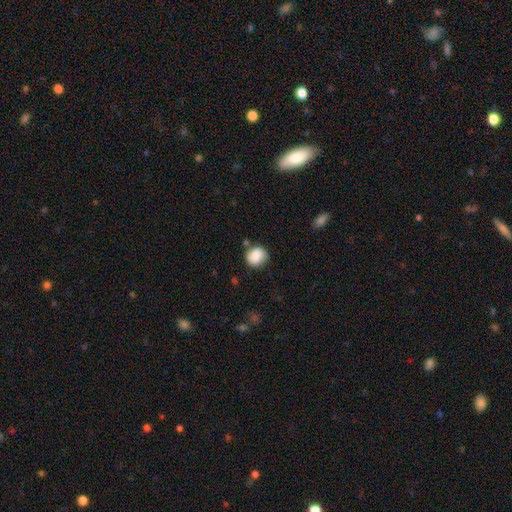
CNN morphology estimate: smooth-or-featured: smooth: 87% | star or artifact: 8% | featured or disk: 6%
  how-rounded: round: 75% | in between: 25% | cigar-shaped: 1%
  merging: none: 71% | minor disturbance: 18% | merger: 6% | major disturbance: 5%